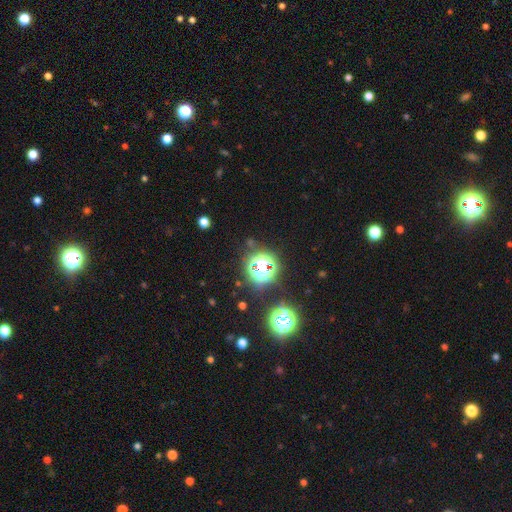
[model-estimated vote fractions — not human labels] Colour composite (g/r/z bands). It shows a star or artifact, not a galaxy (74%).